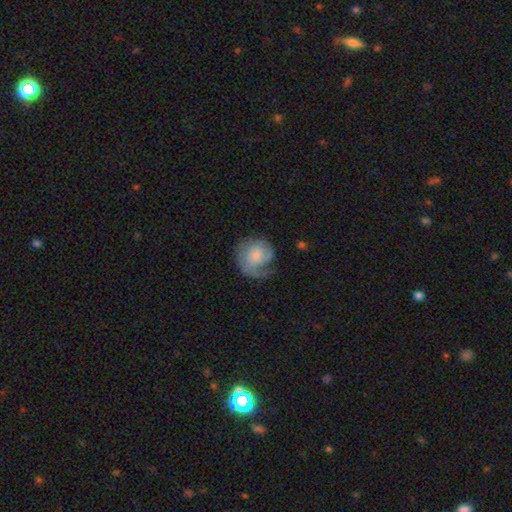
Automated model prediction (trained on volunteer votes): Smooth or featured?
  - featured or disk: 52% *
  - smooth: 42%
  - star or artifact: 7%
Edge-on disk?
  - no: 98% *
  - yes: 2%
Bar?
  - no: 77% *
  - weak: 21%
  - strong: 3%
Spiral arms?
  - yes: 82% *
  - no: 18%
Bulge size?
  - small: 49% *
  - moderate: 31%
  - none: 12%
  - large: 7%
  - dominant: 2%
Merging?
  - none: 44% *
  - major disturbance: 27%
  - minor disturbance: 26%
  - merger: 2%